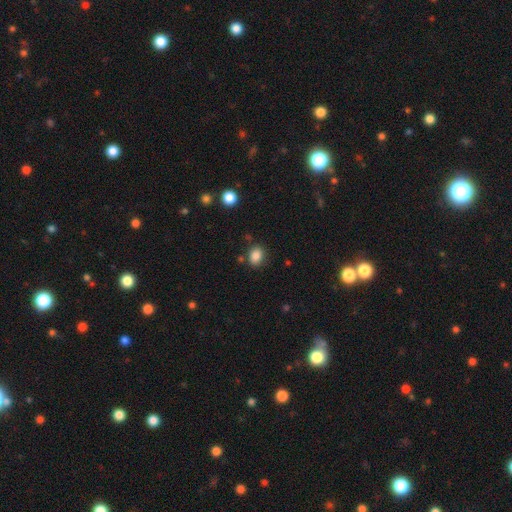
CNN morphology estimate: Smooth or featured? Predicted: smooth (p=0.85). How rounded? Predicted: in between (p=0.60). Merging? Predicted: none (p=0.81).